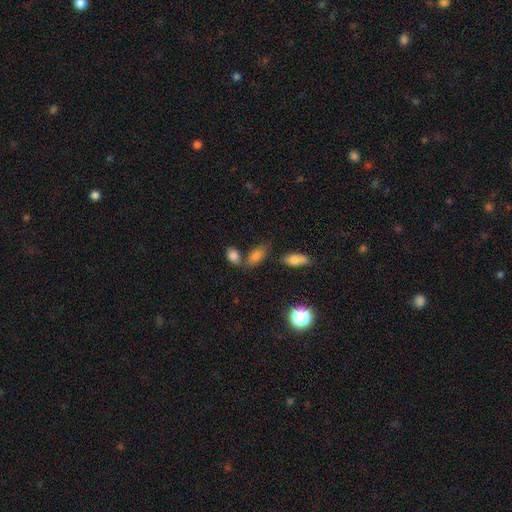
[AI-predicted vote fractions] Smooth or featured? smooth (80%)
How rounded? in between (90%)
Merging? none (56%)